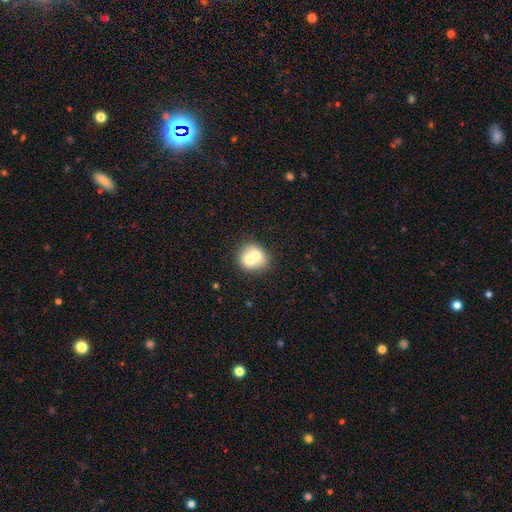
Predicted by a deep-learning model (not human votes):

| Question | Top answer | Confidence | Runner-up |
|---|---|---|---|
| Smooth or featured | smooth | 66% | featured or disk (25%) |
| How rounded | round | 78% | in between (21%) |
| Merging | merger | 61% | none (30%) |